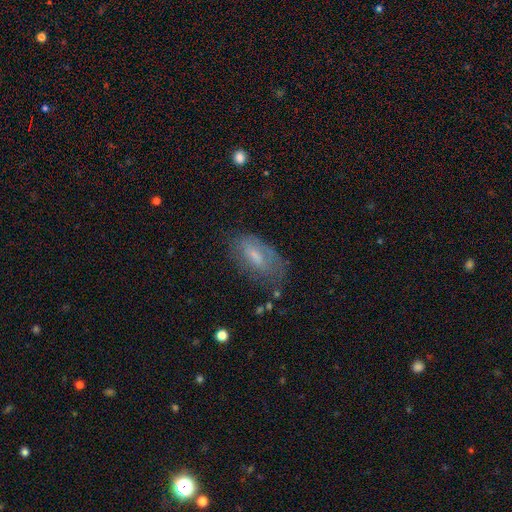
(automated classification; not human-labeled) Q: Smooth or featured?
A: smooth (53%); runner-up: featured or disk (38%)
Q: How rounded?
A: in between (85%); runner-up: cigar-shaped (11%)
Q: Merging?
A: none (56%); runner-up: minor disturbance (27%)